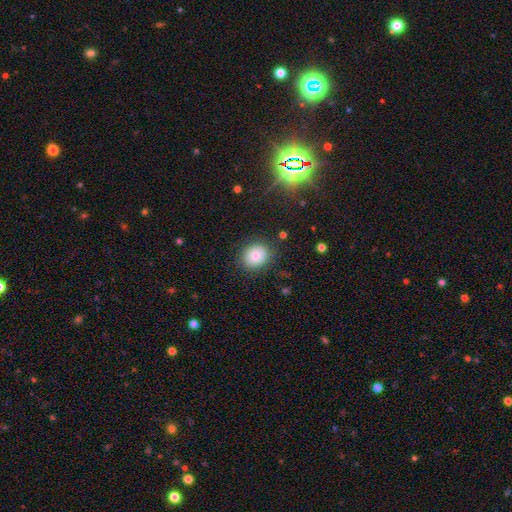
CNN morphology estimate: This appears to be a smooth galaxy with no disk features (79%) that is round (72%). Merging: none (85%).